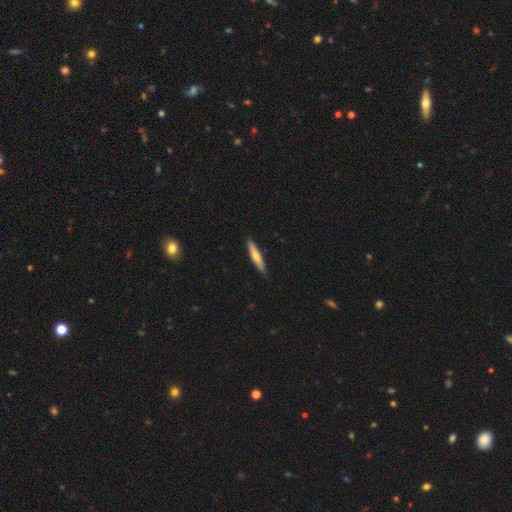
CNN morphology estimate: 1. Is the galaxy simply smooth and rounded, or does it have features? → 61% smooth, 33% featured or disk, 5% star or artifact.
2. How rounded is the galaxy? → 90% cigar-shaped, 9% in between, 1% round.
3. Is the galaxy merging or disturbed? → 90% none, 8% minor disturbance, 1% major disturbance, 1% merger.